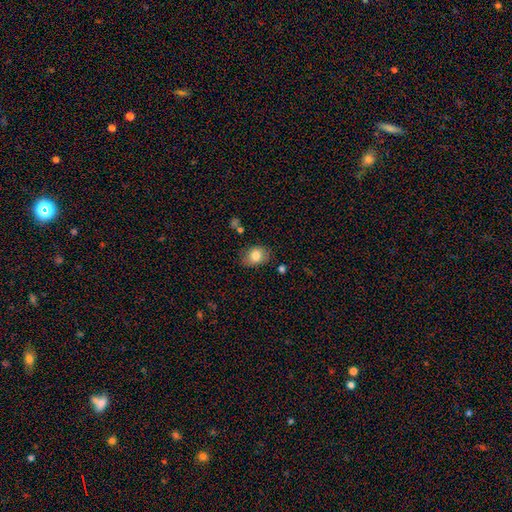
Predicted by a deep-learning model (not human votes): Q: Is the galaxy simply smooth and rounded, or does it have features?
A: smooth — 80%.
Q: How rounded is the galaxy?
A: in between — 70%.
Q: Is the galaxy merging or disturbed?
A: none — 79%.